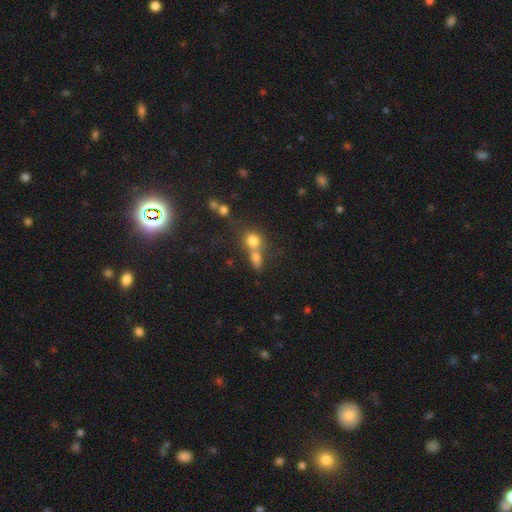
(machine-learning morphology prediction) The model was most divided on "merging": merger: 53%, none: 36%, minor disturbance: 7%, major disturbance: 4%. More confident: how rounded — round (71%); smooth or featured — smooth (58%).